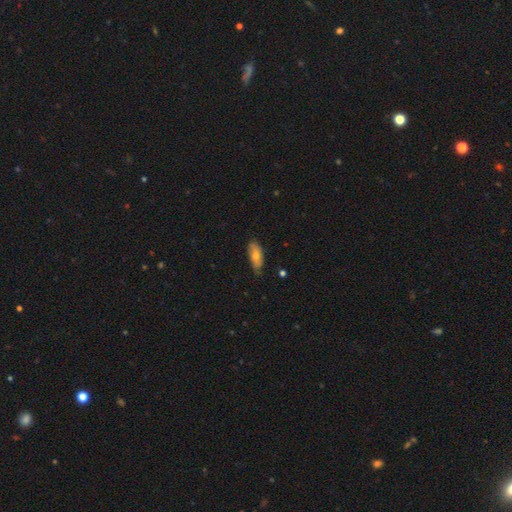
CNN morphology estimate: A smooth galaxy with no disk features (60%) that is in between round and cigar-shaped (79%).

Vote fractions:
- Smooth or featured? smooth: 60% / featured or disk: 32% / star or artifact: 7%
- How rounded? in between: 79% / cigar-shaped: 18% / round: 3%
- Merging? none: 72% / minor disturbance: 23% / major disturbance: 4% / merger: 1%